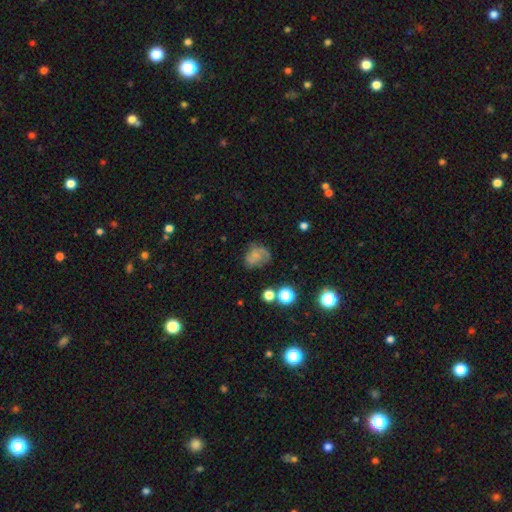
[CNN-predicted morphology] smooth_or_featured: smooth (p=0.48) [alt: featured or disk p=0.37]
merging: none (p=0.52) [alt: minor disturbance p=0.26]